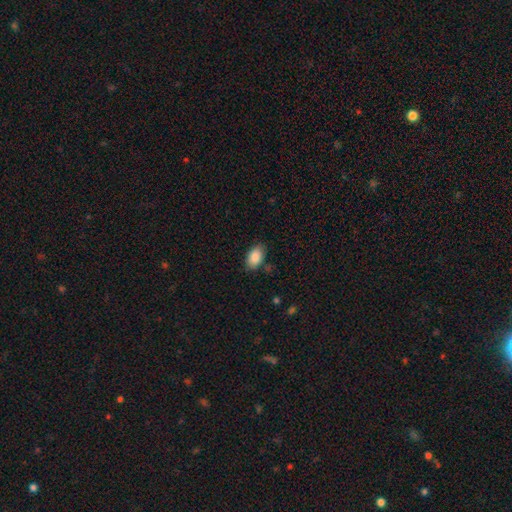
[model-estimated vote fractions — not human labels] Morphology: type=smooth (87%); roundness=in between (91%); merging=none (81%).